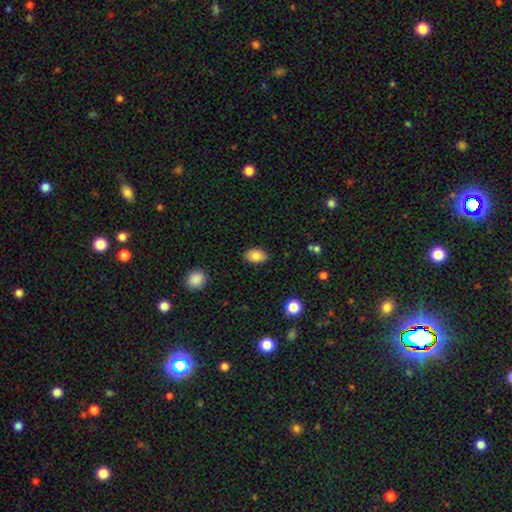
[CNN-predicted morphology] smooth_or_featured: smooth (p=0.84) [alt: featured or disk p=0.08]
how_rounded: in between (p=0.87) [alt: round p=0.11]
merging: none (p=0.85) [alt: minor disturbance p=0.11]